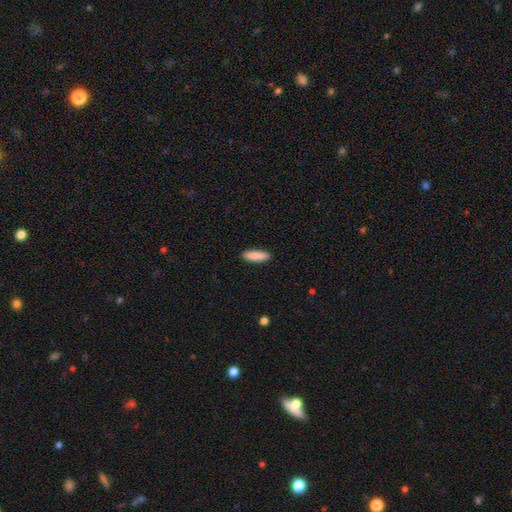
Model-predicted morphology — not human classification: Overall: smooth (88%). How rounded: cigar-shaped (52%; in between 47%). Merging: none (89%).